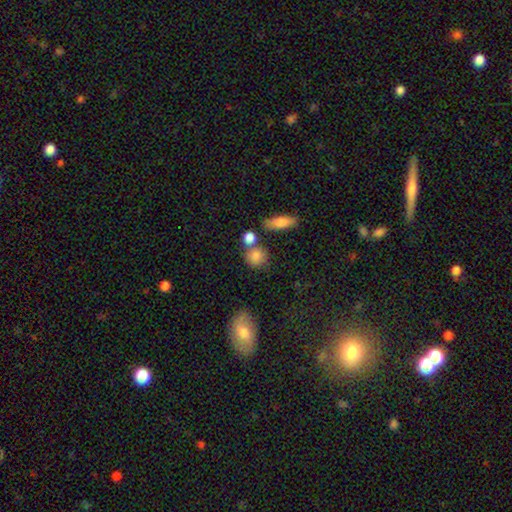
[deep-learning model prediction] Smooth or featured: smooth — 83% (star or artifact — 9%)
How rounded: round — 79% (in between — 19%)
Merging: none — 61% (merger — 22%)